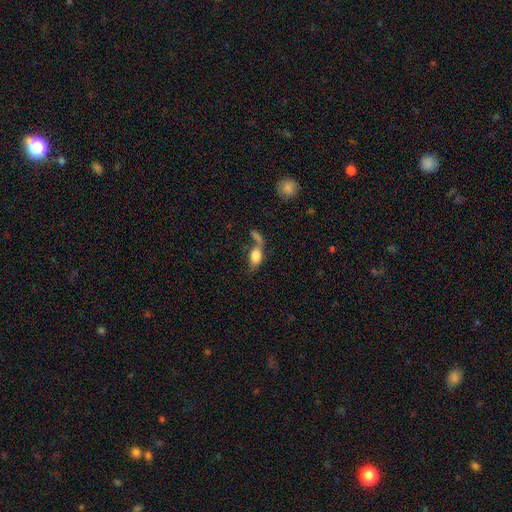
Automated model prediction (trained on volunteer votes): smooth-or-featured: smooth: 73% | featured or disk: 18% | star or artifact: 10%
  how-rounded: in between: 79% | round: 14% | cigar-shaped: 7%
  merging: merger: 40% | none: 29% | major disturbance: 17% | minor disturbance: 15%